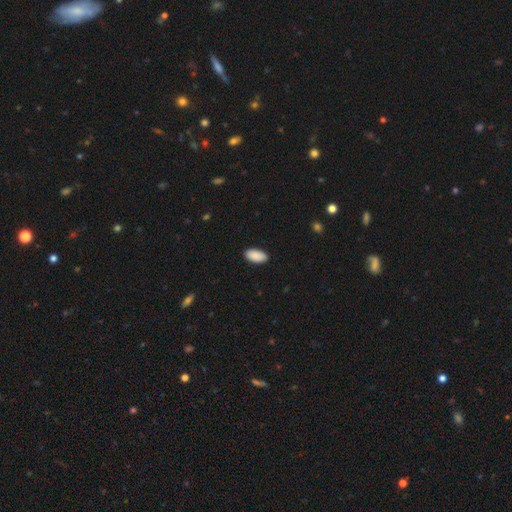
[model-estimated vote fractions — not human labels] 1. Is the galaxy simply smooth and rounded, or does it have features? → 91% smooth, 6% star or artifact, 3% featured or disk.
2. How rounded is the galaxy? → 95% in between, 3% cigar-shaped, 2% round.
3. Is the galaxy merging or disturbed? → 90% none, 8% minor disturbance, 2% major disturbance, 1% merger.